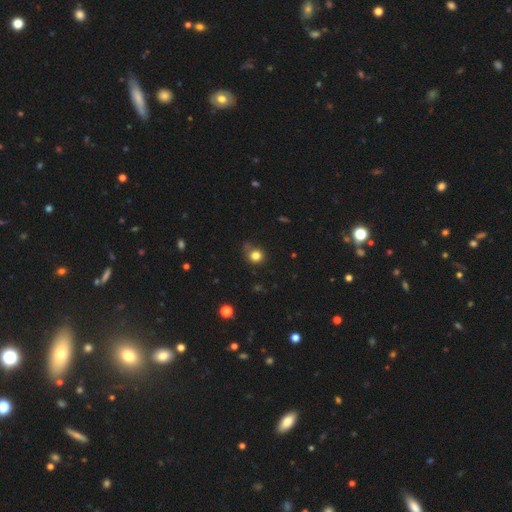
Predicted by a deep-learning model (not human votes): This is clearly a smooth galaxy (81%). How rounded: clearly round (87%). Merging: likely none (73%).